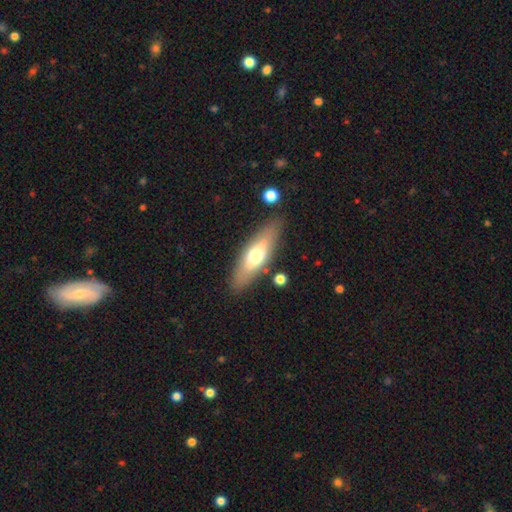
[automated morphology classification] smooth_or_featured: smooth (p=0.55) [alt: featured or disk p=0.39]
how_rounded: in between (p=0.50) [alt: cigar-shaped p=0.47]
merging: none (p=0.82) [alt: minor disturbance p=0.11]